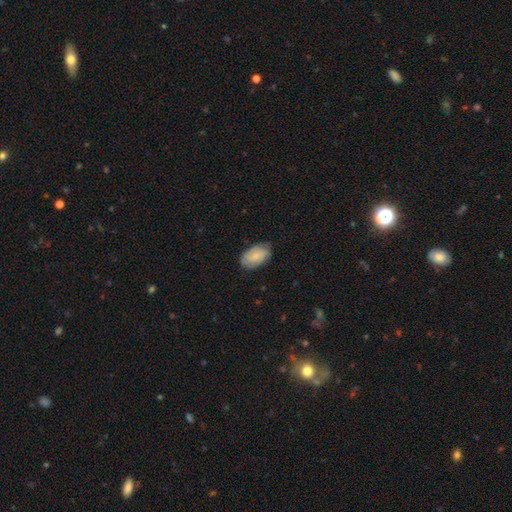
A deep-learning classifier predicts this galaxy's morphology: type=smooth (67%); roundness=in between (93%); merging=none (76%).